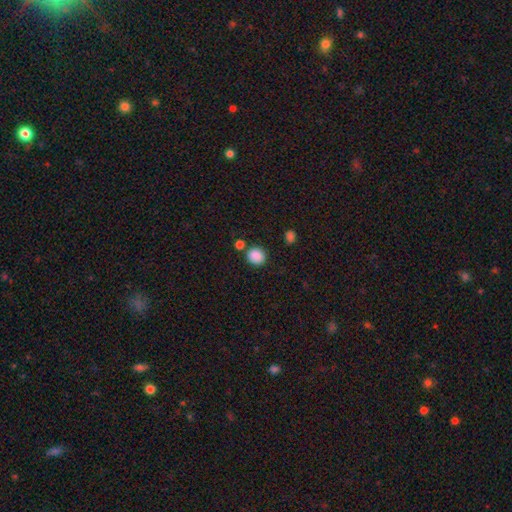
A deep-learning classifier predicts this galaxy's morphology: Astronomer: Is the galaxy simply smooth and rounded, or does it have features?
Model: smooth — 87%.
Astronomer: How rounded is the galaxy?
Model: round — 82%.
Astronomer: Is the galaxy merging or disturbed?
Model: none — 76%.